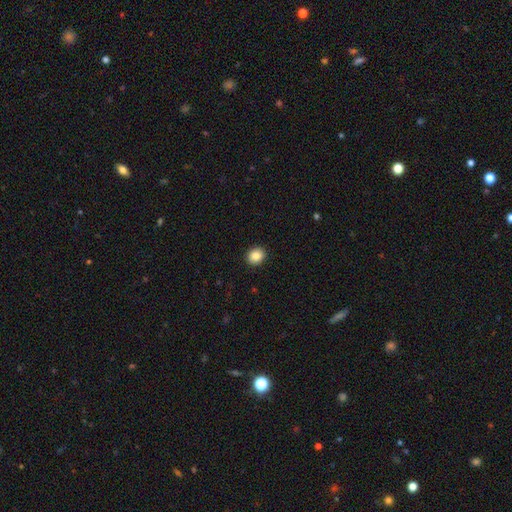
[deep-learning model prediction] Smooth or featured: smooth — 86% (star or artifact — 9%)
How rounded: round — 73% (in between — 26%)
Merging: none — 92% (minor disturbance — 6%)